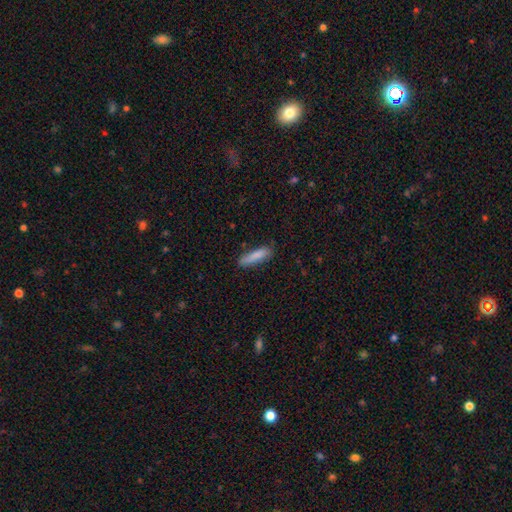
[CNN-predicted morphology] Smooth or featured? smooth (85%)
How rounded? cigar-shaped (74%)
Merging? none (79%)